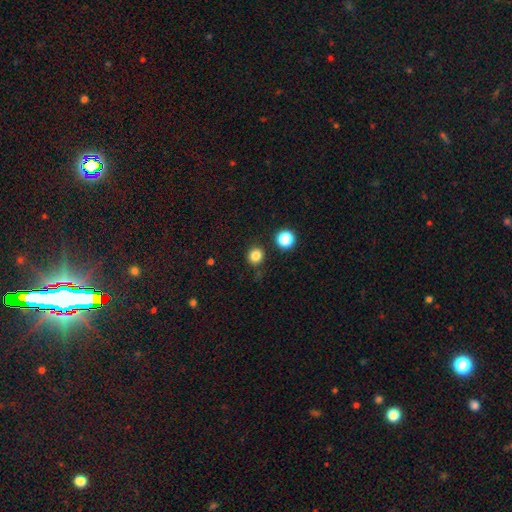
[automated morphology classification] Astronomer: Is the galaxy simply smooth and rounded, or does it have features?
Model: smooth — 83%.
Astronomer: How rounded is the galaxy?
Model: round — 89%.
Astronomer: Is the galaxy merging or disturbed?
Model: none — 85%.